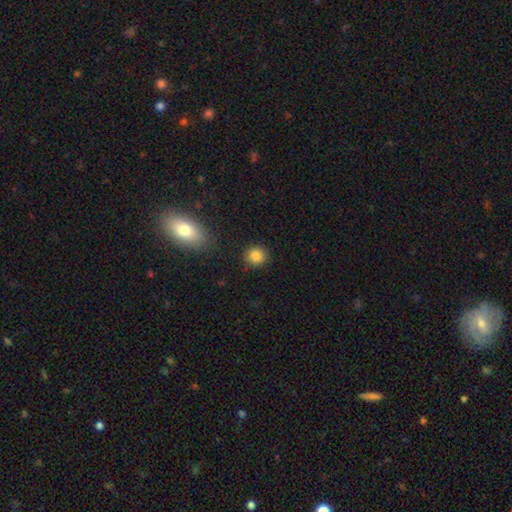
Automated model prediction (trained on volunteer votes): Overall: smooth (86%). How rounded: round (87%). Merging: none (86%).